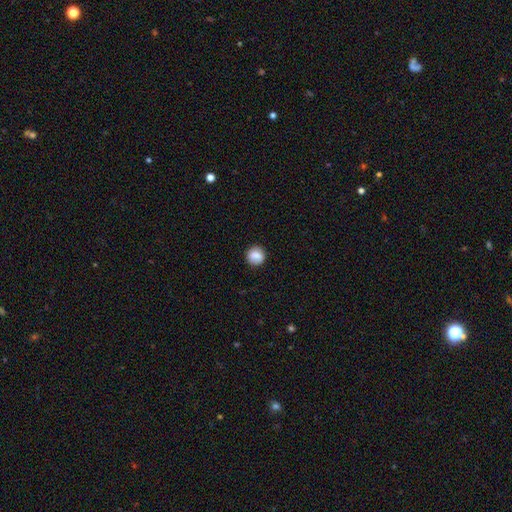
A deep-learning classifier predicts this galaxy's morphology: Smooth or featured? Predicted: smooth (p=0.84). How rounded? Predicted: round (p=0.91). Merging? Predicted: none (p=0.87).